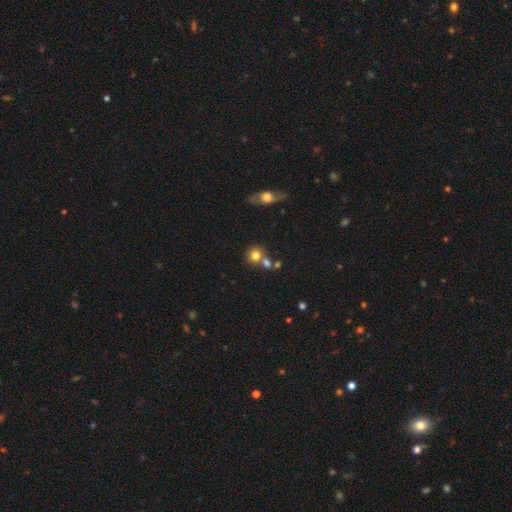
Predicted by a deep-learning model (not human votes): smooth 75%, featured or disk 12%, star or artifact 12%. Down the decision tree: how rounded — round (85%); merging — none (56%).